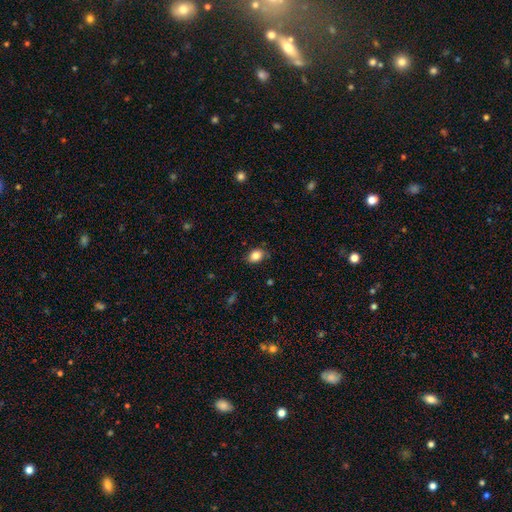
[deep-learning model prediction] Q: Smooth or featured?
A: smooth (84%); runner-up: star or artifact (9%)
Q: How rounded?
A: in between (73%); runner-up: round (26%)
Q: Merging?
A: none (77%); runner-up: minor disturbance (18%)